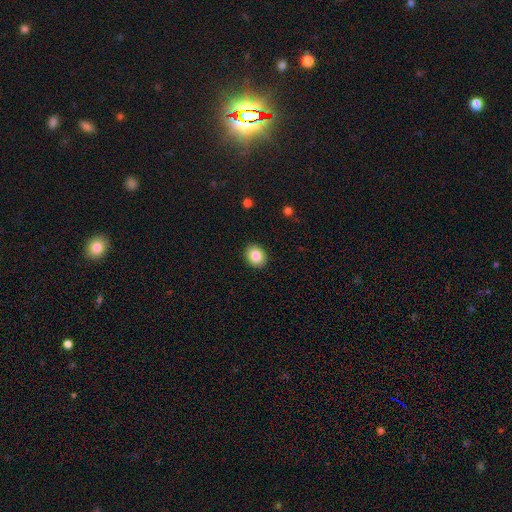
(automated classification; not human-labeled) Smooth or featured? Predicted: smooth (p=0.84). How rounded? Predicted: round (p=0.54). Merging? Predicted: none (p=0.91).